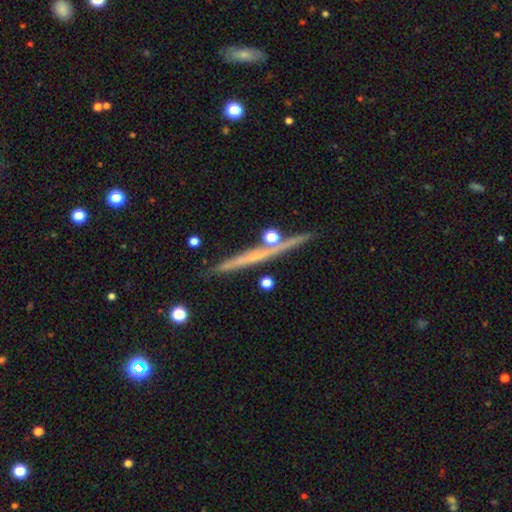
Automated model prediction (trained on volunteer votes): A featured or disk galaxy (63%) viewed edge-on (97%) with no central bulge (72%). Merging: none (86%).